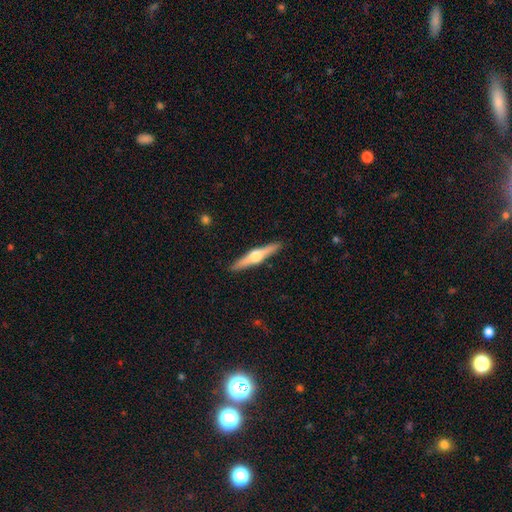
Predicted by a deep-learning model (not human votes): This appears to be a featured or disk galaxy (72%) viewed edge-on (98%) with a rounded central bulge (95%). Merging: none (91%).